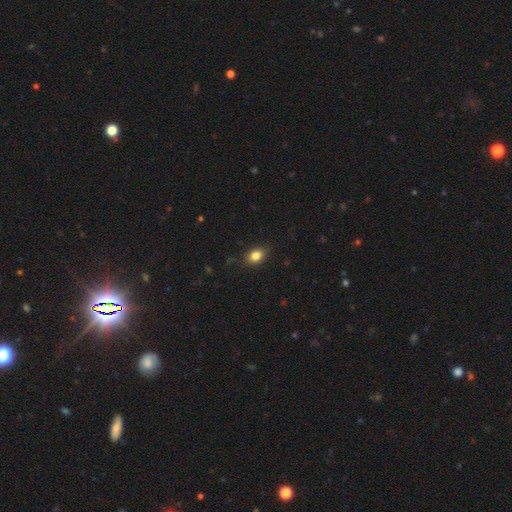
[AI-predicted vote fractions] Smooth or featured? smooth (83%)
How rounded? in between (67%)
Merging? none (84%)